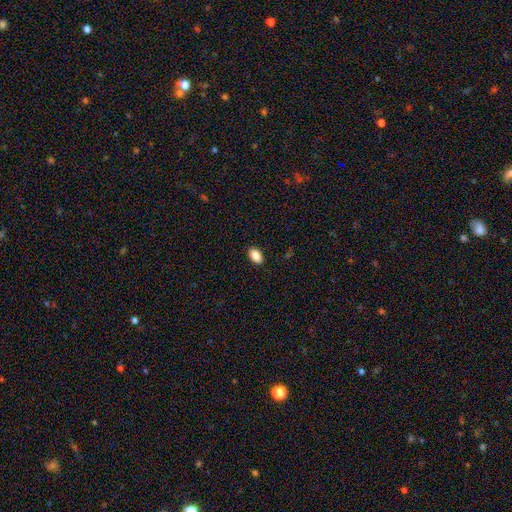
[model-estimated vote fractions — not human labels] Q: Smooth or featured?
A: smooth (87%); runner-up: star or artifact (8%)
Q: How rounded?
A: in between (91%); runner-up: round (7%)
Q: Merging?
A: none (89%); runner-up: minor disturbance (8%)